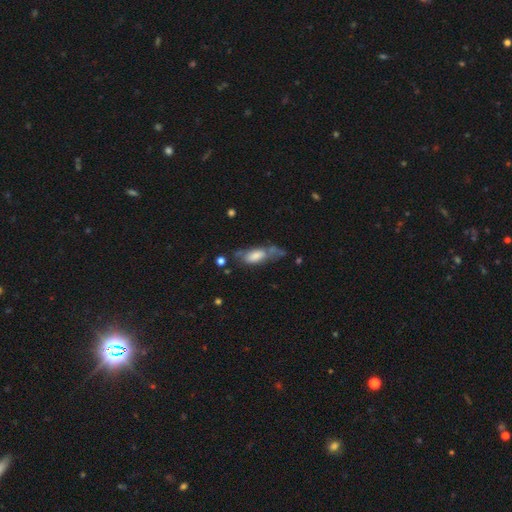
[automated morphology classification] This appears to be a smooth galaxy with no disk features (64%) that is in between round and cigar-shaped (76%). Merging: none (33%).